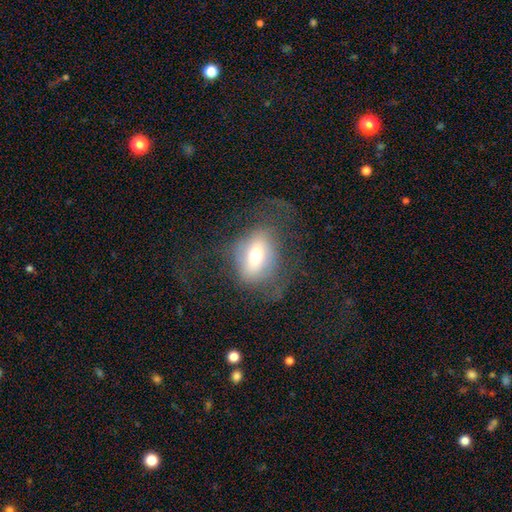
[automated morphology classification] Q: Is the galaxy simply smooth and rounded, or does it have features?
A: smooth — 55%.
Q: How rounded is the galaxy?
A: in between — 63%.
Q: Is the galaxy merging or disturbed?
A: none — 47%.